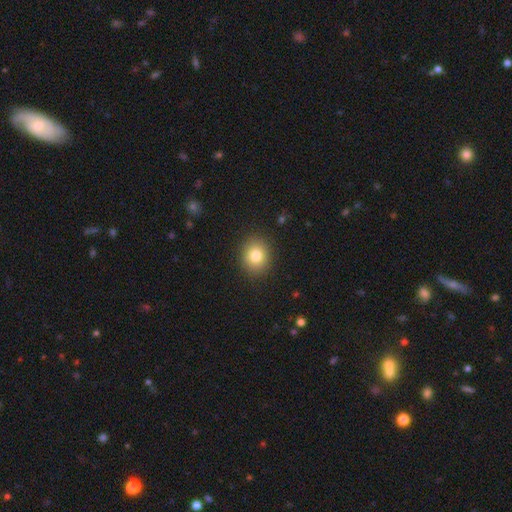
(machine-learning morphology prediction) Q: Smooth or featured?
A: smooth (82%); runner-up: star or artifact (10%)
Q: How rounded?
A: round (69%); runner-up: in between (30%)
Q: Merging?
A: none (89%); runner-up: minor disturbance (8%)